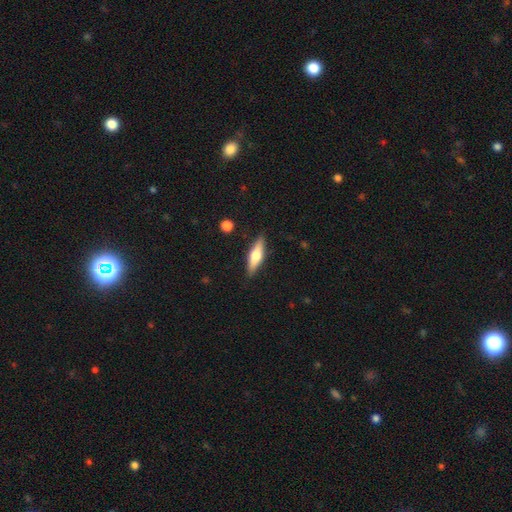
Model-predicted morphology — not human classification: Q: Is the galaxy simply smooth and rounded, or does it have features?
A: smooth — 49%.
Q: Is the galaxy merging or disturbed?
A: none — 87%.